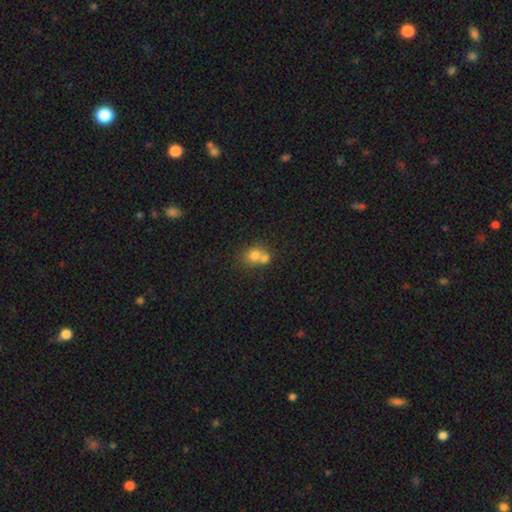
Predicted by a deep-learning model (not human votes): smooth_or_featured: smooth (p=0.72) [alt: featured or disk p=0.15]
how_rounded: round (p=0.71) [alt: in between p=0.28]
merging: merger (p=0.56) [alt: none p=0.33]